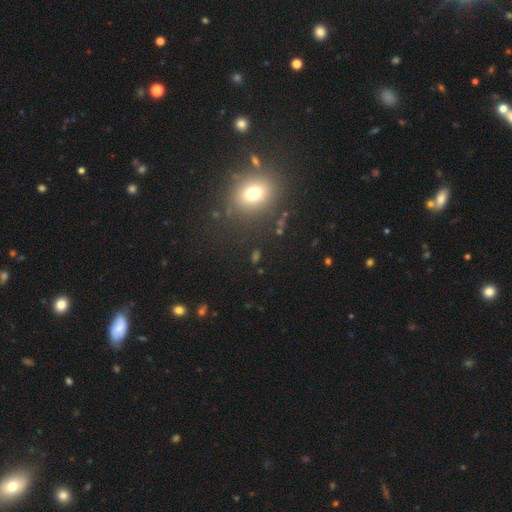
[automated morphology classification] type=smooth (59%); roundness=round (53%); merging=none (80%).